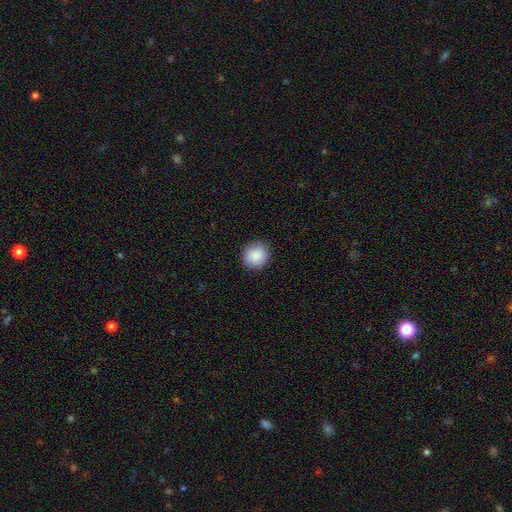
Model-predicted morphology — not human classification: Smooth or featured? smooth (87%)
How rounded? round (91%)
Merging? none (90%)